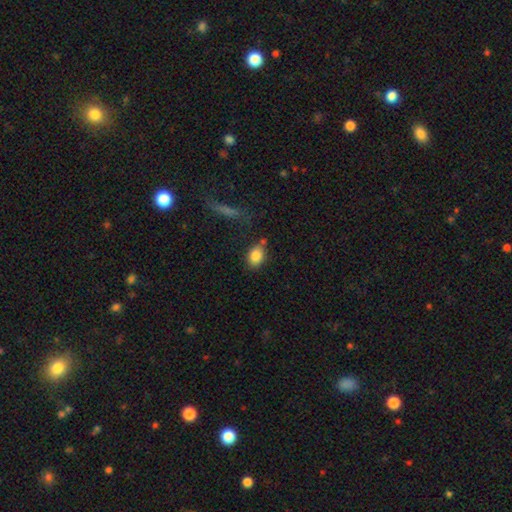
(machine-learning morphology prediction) The model was most divided on "how rounded": in between: 74%, round: 24%, cigar-shaped: 2%. More confident: smooth or featured — smooth (85%); merging — none (69%).